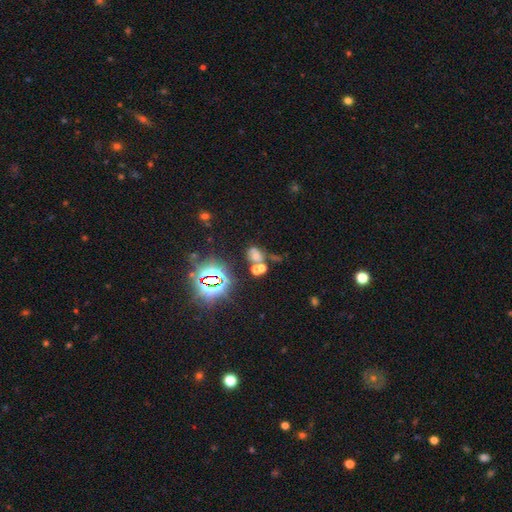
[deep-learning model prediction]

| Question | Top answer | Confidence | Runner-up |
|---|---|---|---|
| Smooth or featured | smooth | 41% | star or artifact (40%) |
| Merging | merger | 40% | none (39%) |